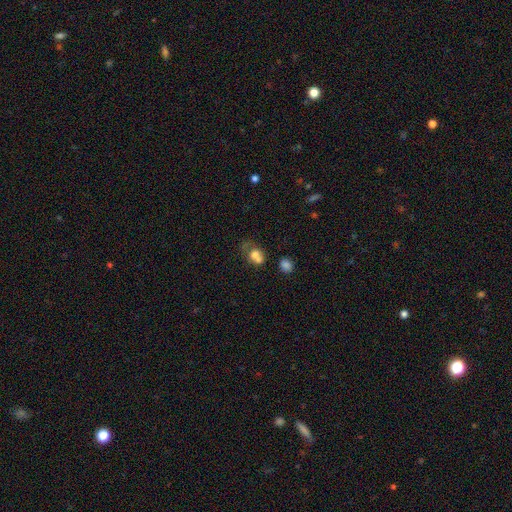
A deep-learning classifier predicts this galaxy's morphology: Smooth or featured?
  - smooth: 69% *
  - featured or disk: 18%
  - star or artifact: 12%
How rounded?
  - round: 60% *
  - in between: 39%
  - cigar-shaped: 1%
Merging?
  - merger: 53% *
  - none: 25%
  - minor disturbance: 12%
  - major disturbance: 10%